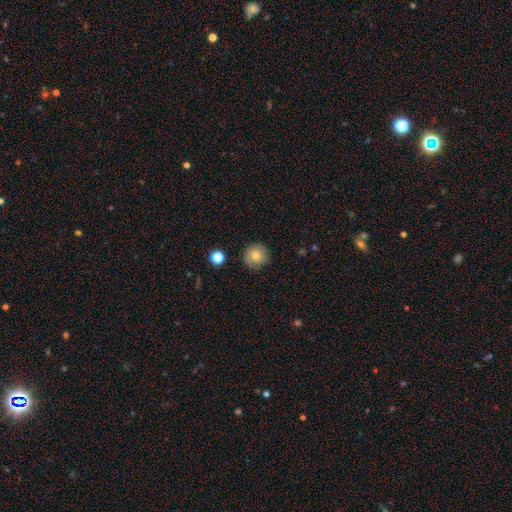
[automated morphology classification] A smooth galaxy with no disk features (74%) that is round (94%).

Vote fractions:
- Smooth or featured? smooth: 74% / featured or disk: 16% / star or artifact: 10%
- How rounded? round: 94% / in between: 5% / cigar-shaped: 1%
- Merging? none: 86% / minor disturbance: 10% / major disturbance: 2% / merger: 1%